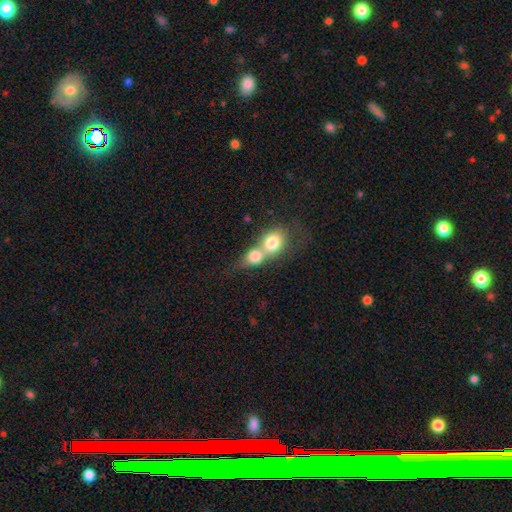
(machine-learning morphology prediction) type=smooth (72%); roundness=round (62%); merging=merger (78%).